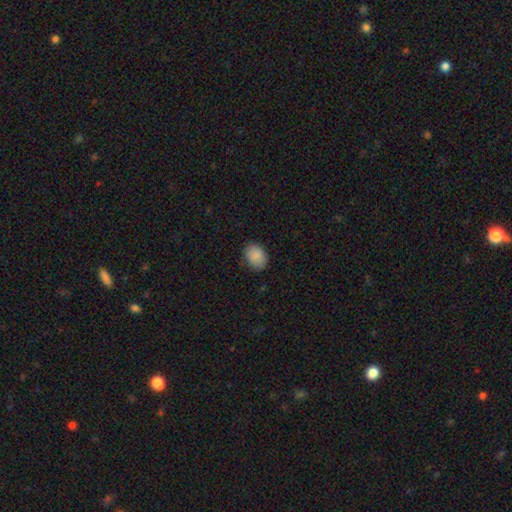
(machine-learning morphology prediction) smooth_or_featured: smooth (p=0.88) [alt: star or artifact p=0.07]
how_rounded: in between (p=0.61) [alt: round p=0.38]
merging: none (p=0.82) [alt: minor disturbance p=0.14]